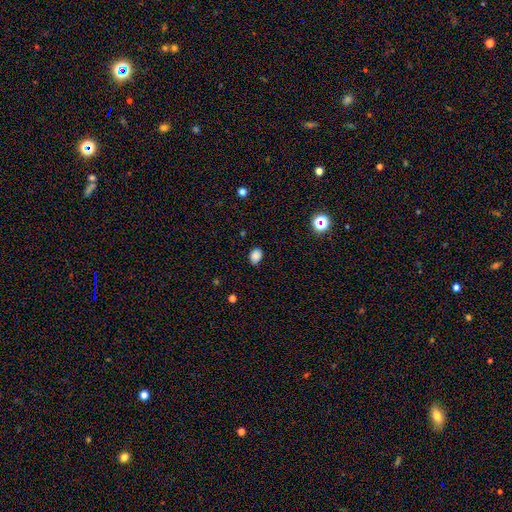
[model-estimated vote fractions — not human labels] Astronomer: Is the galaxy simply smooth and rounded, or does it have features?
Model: smooth — 85%.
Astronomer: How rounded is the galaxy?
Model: in between — 68%.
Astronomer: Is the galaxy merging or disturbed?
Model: none — 83%.